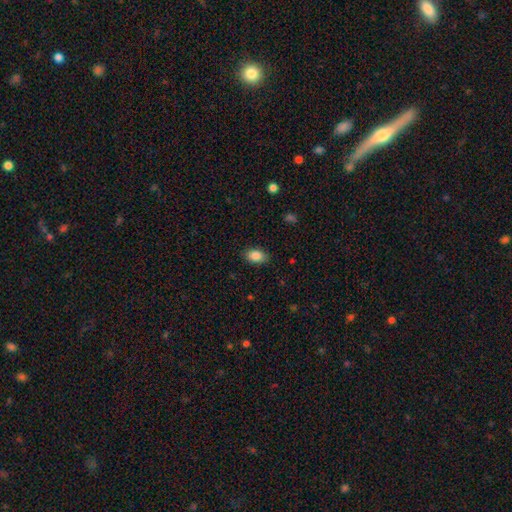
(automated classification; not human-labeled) Smooth or featured? smooth (86%)
How rounded? in between (87%)
Merging? none (87%)